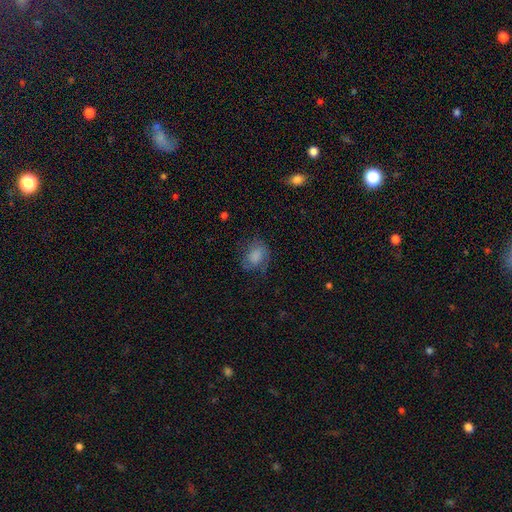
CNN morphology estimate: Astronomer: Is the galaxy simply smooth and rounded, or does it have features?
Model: smooth — 69%.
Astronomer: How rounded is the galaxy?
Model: in between — 58% (runner-up: round, 40%).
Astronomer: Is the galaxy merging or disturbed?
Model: none — 57%.